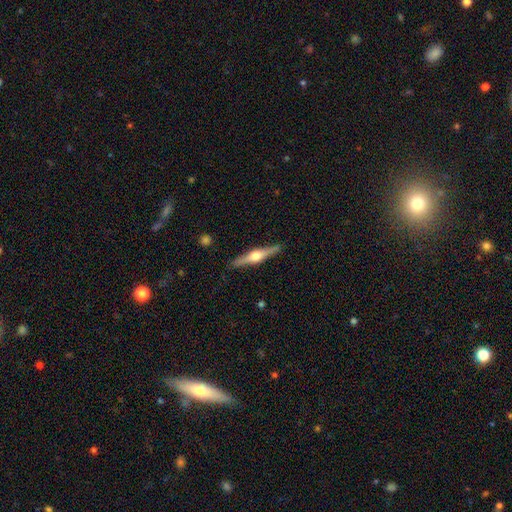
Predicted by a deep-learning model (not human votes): Smooth or featured? featured or disk (76%)
Edge-on disk? yes (98%)
Edge-on bulge? rounded (94%)
Merging? none (90%)